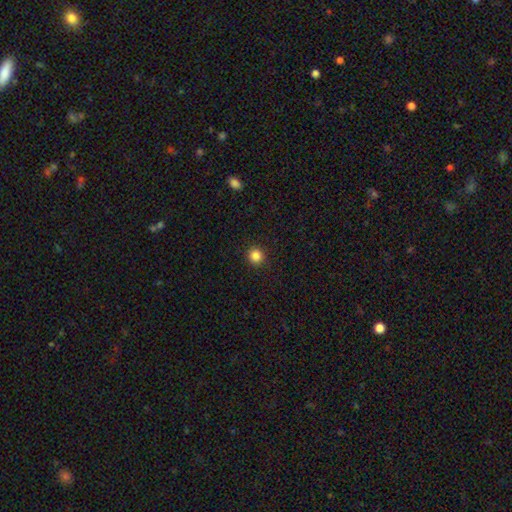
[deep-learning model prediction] Smooth or featured? Predicted: smooth (p=0.85). How rounded? Predicted: round (p=0.93). Merging? Predicted: none (p=0.92).